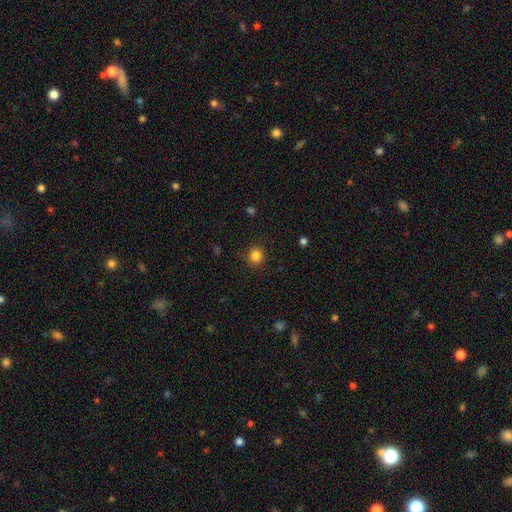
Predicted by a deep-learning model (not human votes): A smooth galaxy with no disk features (84%) that is round (92%). Merging: none (89%).